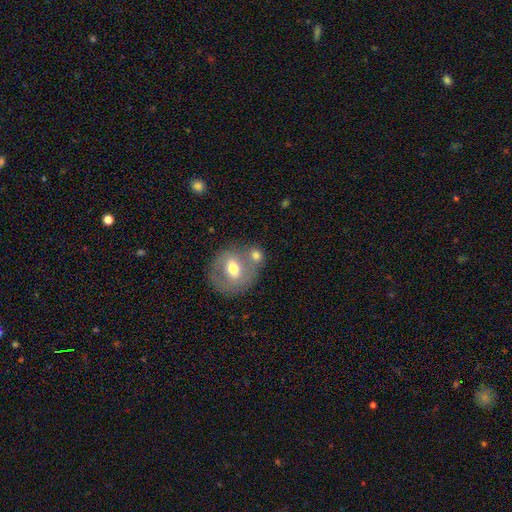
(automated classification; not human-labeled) Smooth or featured? smooth (61%)
How rounded? round (69%)
Merging? none (46%)